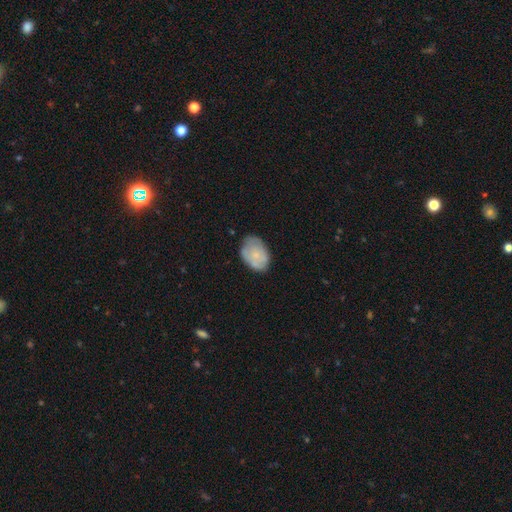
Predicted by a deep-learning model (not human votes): This appears to be a smooth galaxy with no disk features (68%) that is in between round and cigar-shaped (83%). Merging: none (67%).